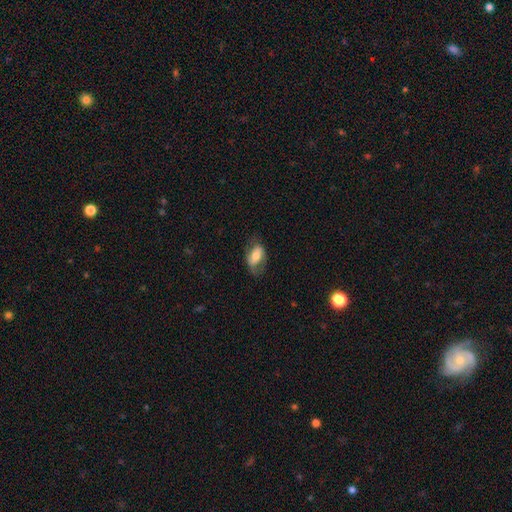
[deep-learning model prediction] Smooth or featured?
  - smooth: 60% *
  - featured or disk: 33%
  - star or artifact: 7%
How rounded?
  - in between: 90% *
  - round: 7%
  - cigar-shaped: 3%
Merging?
  - none: 62% *
  - minor disturbance: 23%
  - major disturbance: 14%
  - merger: 1%